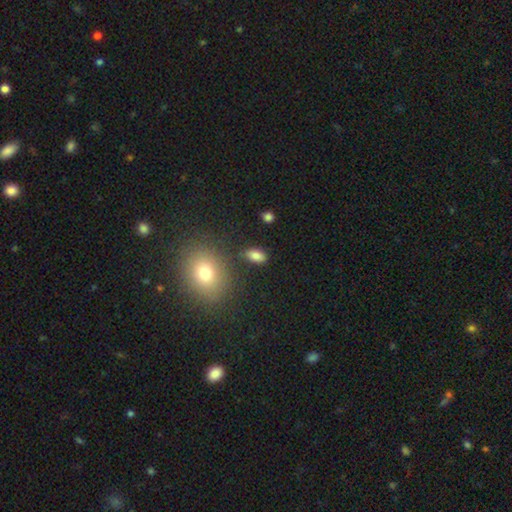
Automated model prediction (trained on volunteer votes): smooth_or_featured: smooth (p=0.84) [alt: star or artifact p=0.10]
how_rounded: in between (p=0.89) [alt: round p=0.08]
merging: none (p=0.81) [alt: minor disturbance p=0.11]